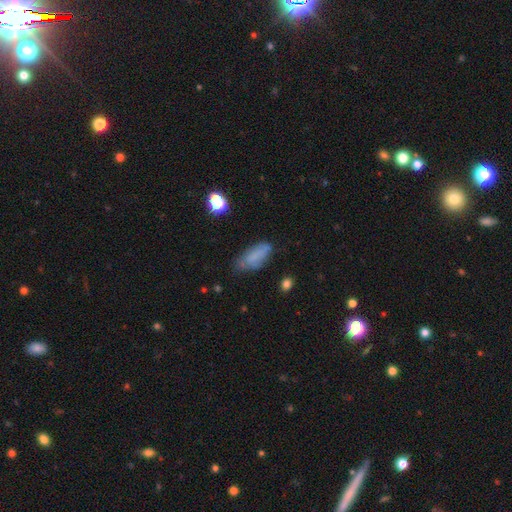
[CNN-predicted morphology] This is likely a smooth galaxy (68%). How rounded: likely in between (80%). Merging: possibly none (57%).